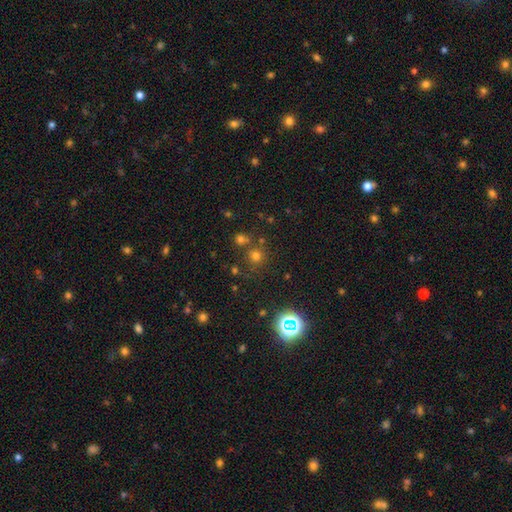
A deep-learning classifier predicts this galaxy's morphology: Q: Smooth or featured?
A: smooth (56%); runner-up: star or artifact (36%)
Q: How rounded?
A: round (92%); runner-up: in between (7%)
Q: Merging?
A: none (73%); runner-up: merger (16%)